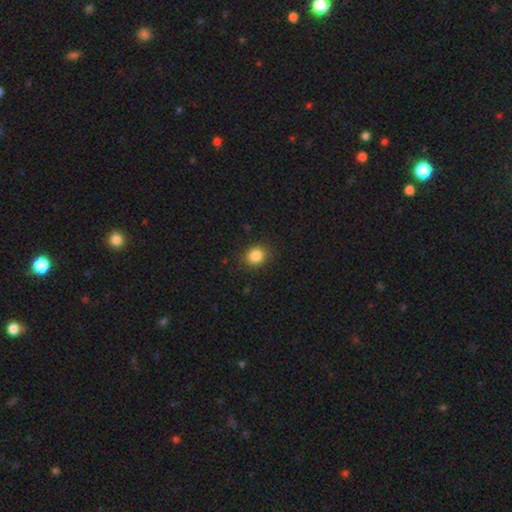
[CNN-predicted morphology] This appears to be a smooth galaxy with no disk features (85%) that is round (72%). Merging: none (87%).